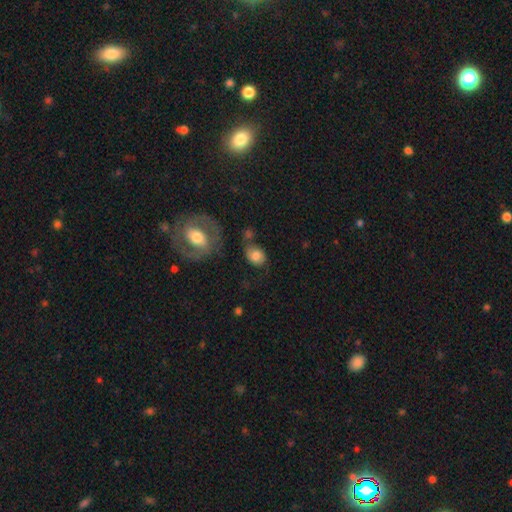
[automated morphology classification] Q: Smooth or featured?
A: smooth (65%); runner-up: featured or disk (26%)
Q: How rounded?
A: in between (60%); runner-up: round (38%)
Q: Merging?
A: none (48%); runner-up: minor disturbance (23%)